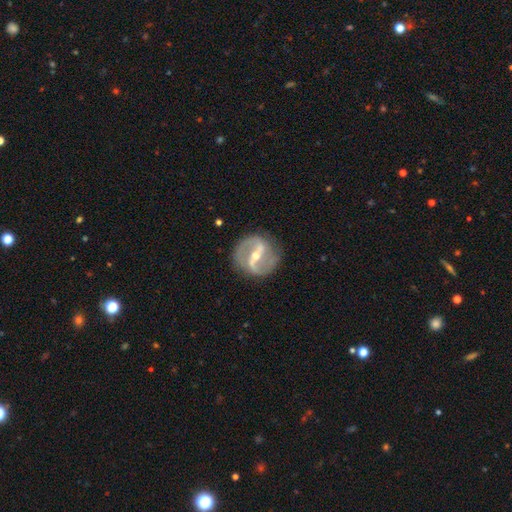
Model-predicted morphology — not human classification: Smooth or featured?
  - featured or disk: 89% *
  - smooth: 6%
  - star or artifact: 5%
Edge-on disk?
  - no: 96% *
  - yes: 4%
Bar?
  - strong: 61% *
  - weak: 28%
  - no: 10%
Spiral arms?
  - yes: 93% *
  - no: 7%
Spiral winding?
  - medium: 52% *
  - loose: 29%
  - tight: 19%
Spiral arm count?
  - 2: 92% *
  - can't tell: 3%
  - 1: 2%
  - 3: 1%
  - 4: 1%
  - more than 4: 1%
Bulge size?
  - moderate: 49% *
  - small: 48%
  - large: 1%
  - none: 1%
  - dominant: 1%
Merging?
  - none: 83% *
  - minor disturbance: 11%
  - major disturbance: 4%
  - merger: 2%